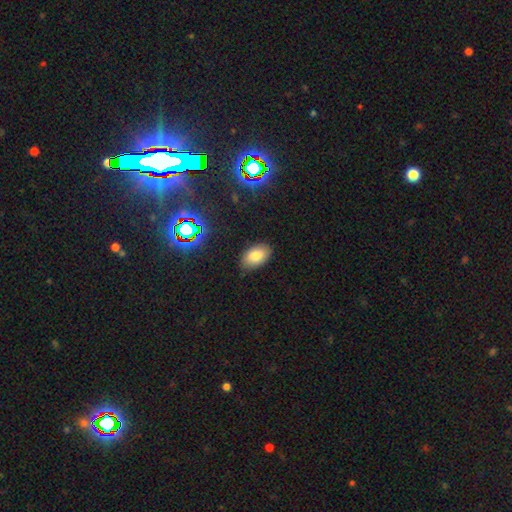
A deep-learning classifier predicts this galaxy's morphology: Smooth or featured? Predicted: smooth (p=0.82). How rounded? Predicted: in between (p=0.92). Merging? Predicted: none (p=0.81).